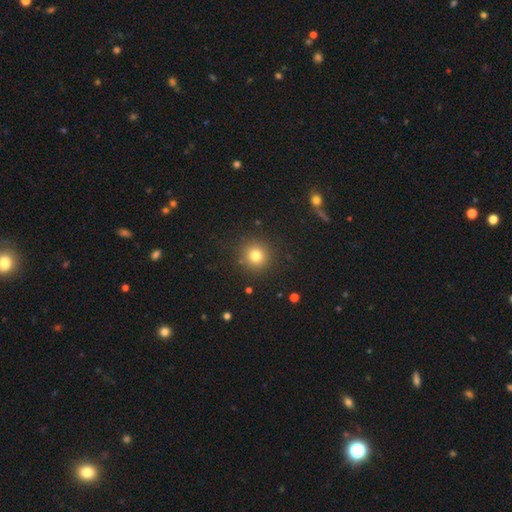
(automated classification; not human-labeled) This is likely a smooth galaxy (79%). How rounded: clearly round (93%). Merging: clearly none (89%).